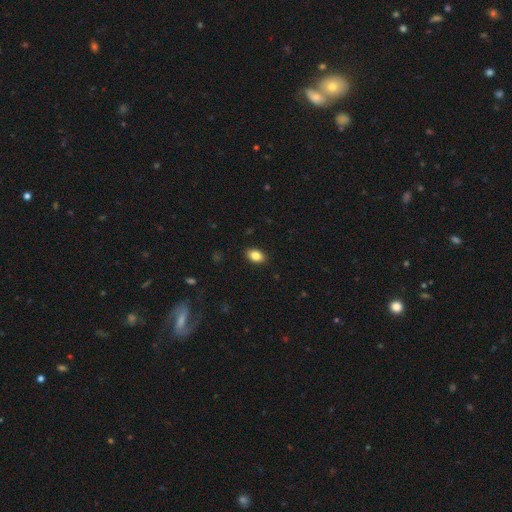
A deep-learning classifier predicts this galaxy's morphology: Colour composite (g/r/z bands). It shows a smooth galaxy with no disk features (85%) that is in between round and cigar-shaped (85%). Merging: none (89%).